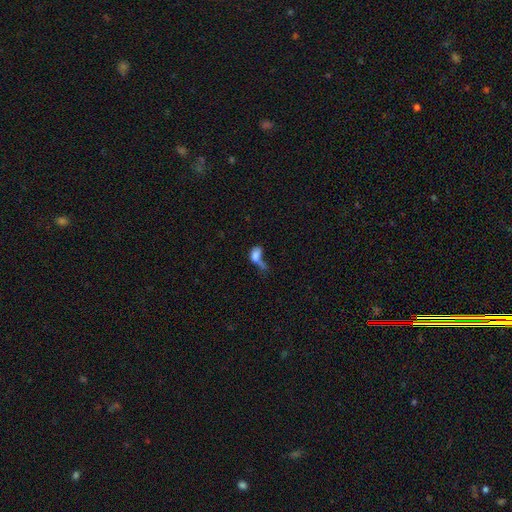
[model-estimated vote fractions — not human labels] Q: Smooth or featured?
A: smooth (71%); runner-up: featured or disk (17%)
Q: How rounded?
A: in between (82%); runner-up: round (13%)
Q: Merging?
A: merger (40%); runner-up: major disturbance (30%)